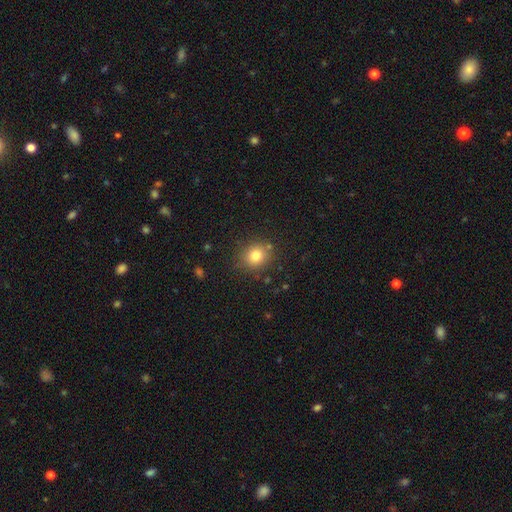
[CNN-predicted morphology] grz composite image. It shows a smooth galaxy with no disk features (79%) that is round (82%). Merging: none (84%).